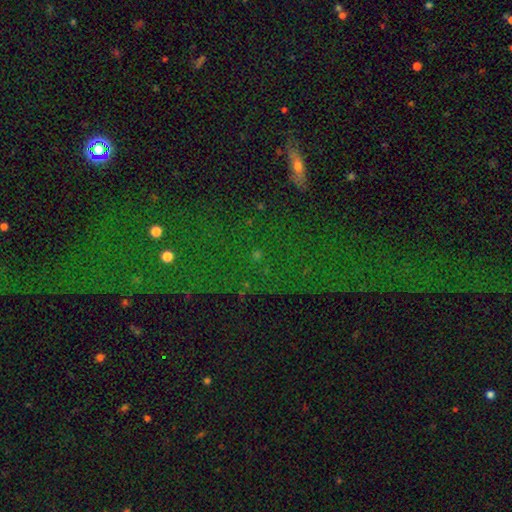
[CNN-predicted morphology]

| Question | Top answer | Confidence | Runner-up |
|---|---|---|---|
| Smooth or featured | star or artifact | 74% | featured or disk (13%) |